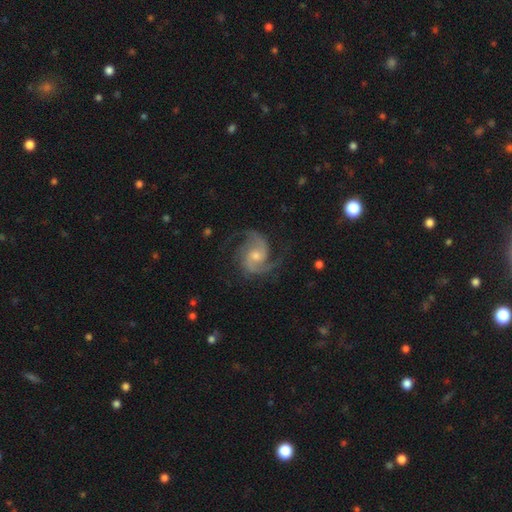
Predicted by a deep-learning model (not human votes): A featured or disk galaxy (91%) with no bar (58%), 2 (78%) medium (58%) spiral arms (98%) and a moderate central bulge (50%). Merging: none (73%).